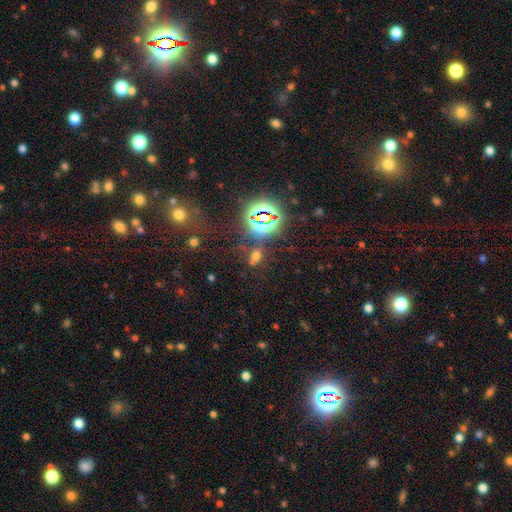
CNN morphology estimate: Smooth or featured? star or artifact (49%)